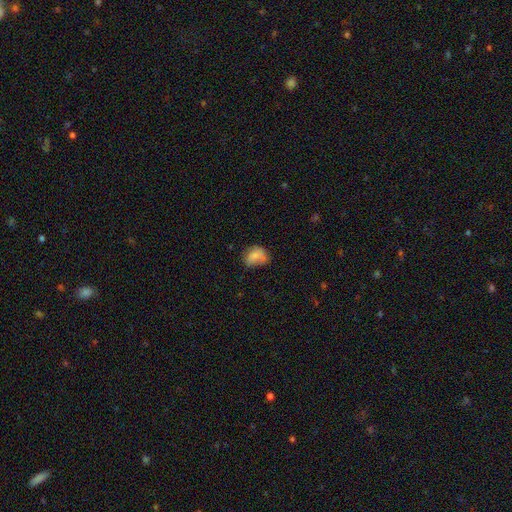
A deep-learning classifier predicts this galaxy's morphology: type=smooth (75%); roundness=in between (62%); merging=none (40%).